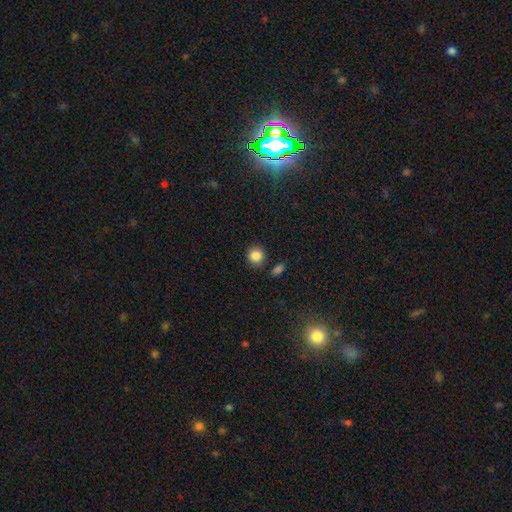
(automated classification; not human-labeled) A smooth galaxy with no disk features (86%) that is round (87%).

Vote fractions:
- Smooth or featured? smooth: 86% / star or artifact: 10% / featured or disk: 4%
- How rounded? round: 87% / in between: 12% / cigar-shaped: 1%
- Merging? none: 83% / minor disturbance: 9% / merger: 5% / major disturbance: 3%